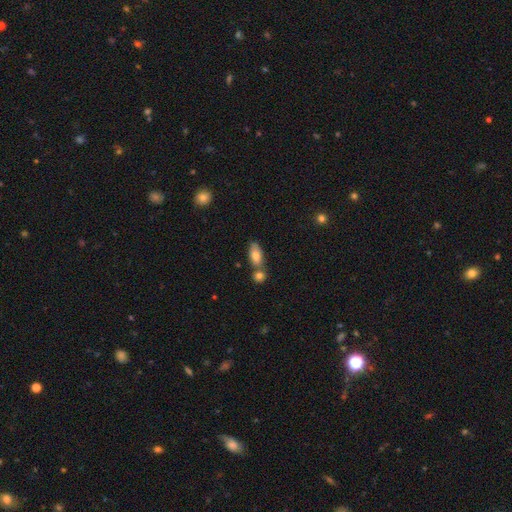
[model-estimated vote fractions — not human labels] smooth_or_featured: smooth (p=0.78) [alt: featured or disk p=0.14]
how_rounded: in between (p=0.86) [alt: cigar-shaped p=0.08]
merging: none (p=0.51) [alt: merger p=0.32]